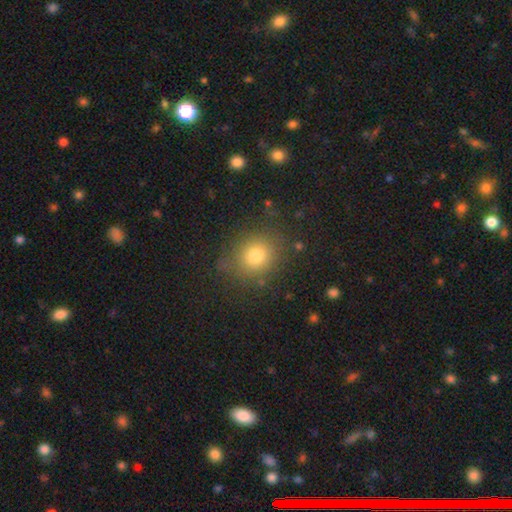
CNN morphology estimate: smooth-or-featured: smooth: 79% | star or artifact: 13% | featured or disk: 8%
  how-rounded: round: 68% | in between: 31% | cigar-shaped: 1%
  merging: none: 80% | minor disturbance: 13% | major disturbance: 5% | merger: 2%